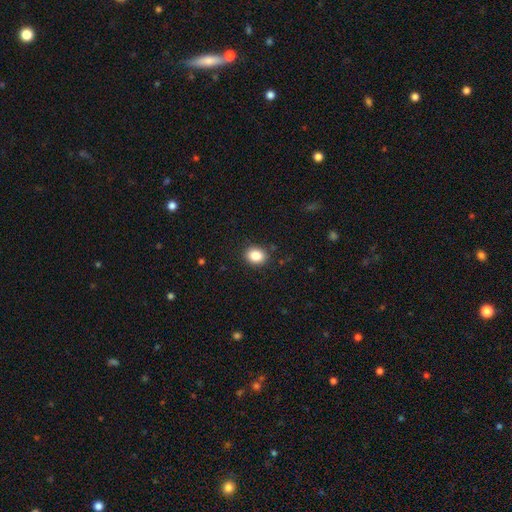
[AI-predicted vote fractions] The model was most divided on "how rounded": round: 51%, in between: 48%, cigar-shaped: 1%. More confident: merging — none (88%); smooth or featured — smooth (85%).